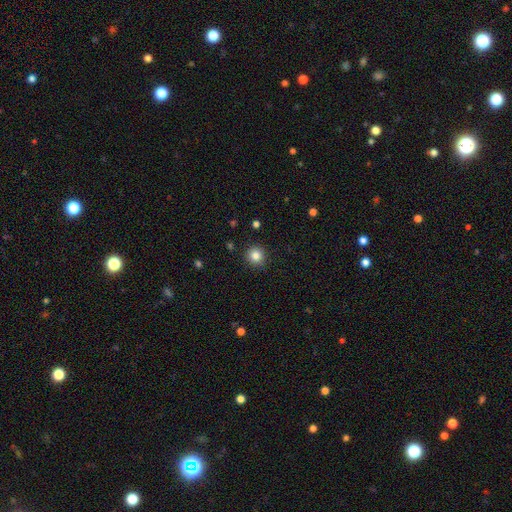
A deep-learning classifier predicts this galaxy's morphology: Q: Smooth or featured?
A: smooth (83%); runner-up: star or artifact (11%)
Q: How rounded?
A: round (93%); runner-up: in between (6%)
Q: Merging?
A: none (91%); runner-up: minor disturbance (6%)